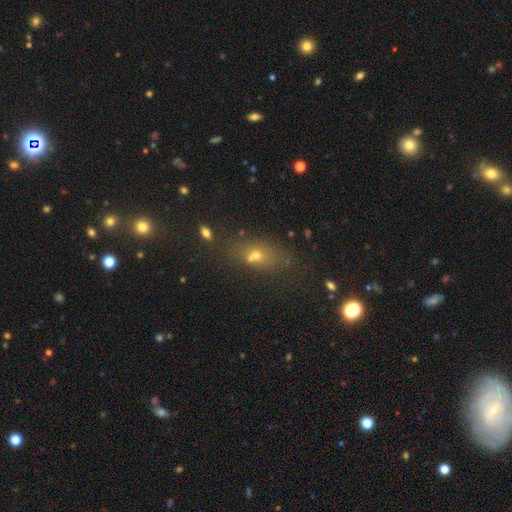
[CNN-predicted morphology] A smooth galaxy with no disk features (56%) that is in between round and cigar-shaped (59%). Merging: none (54%).